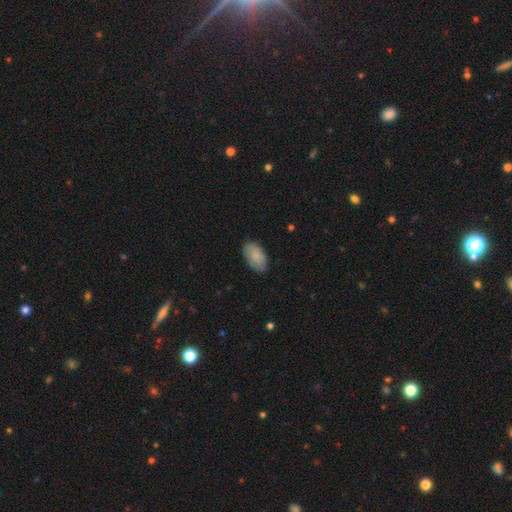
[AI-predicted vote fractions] The model was most divided on "merging": none: 83%, minor disturbance: 14%, major disturbance: 3%, merger: 1%. More confident: how rounded — in between (95%); smooth or featured — smooth (85%).